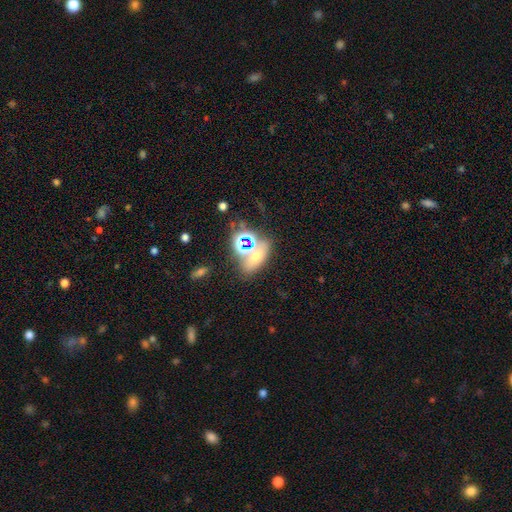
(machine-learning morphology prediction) A star or artifact, not a galaxy (41%, tied with smooth).

Vote fractions:
- Smooth or featured? star or artifact: 41% (tied) / smooth: 41% (tied) / featured or disk: 19%